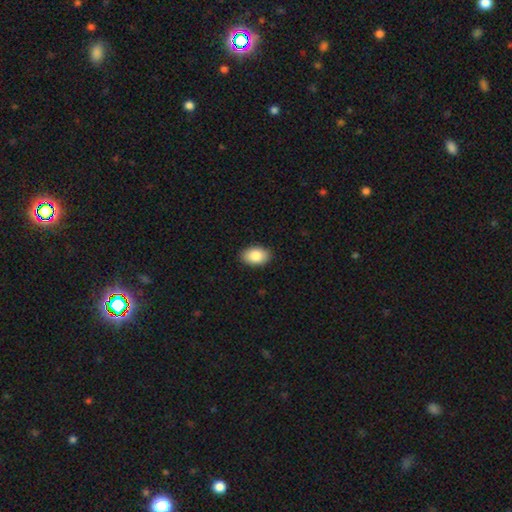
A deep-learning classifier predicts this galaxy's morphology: Smooth or featured? smooth (86%)
How rounded? in between (89%)
Merging? none (90%)